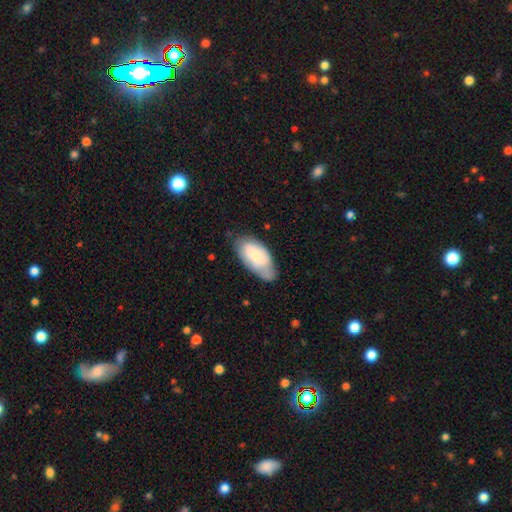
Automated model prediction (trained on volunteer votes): smooth 65%, featured or disk 29%, star or artifact 6%. Down the decision tree: how rounded — in between (93%); merging — none (56%).